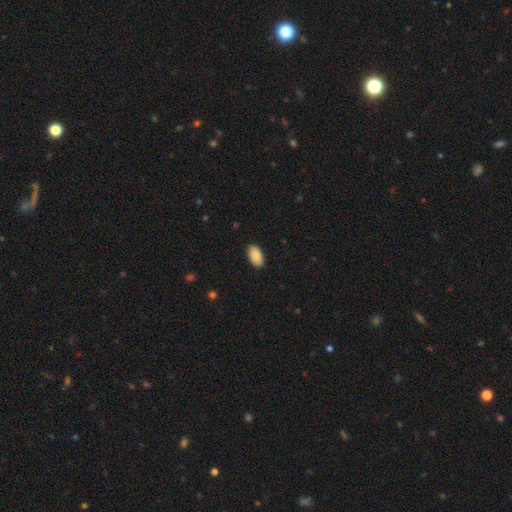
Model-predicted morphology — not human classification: type=smooth (88%); roundness=in between (96%); merging=none (89%).